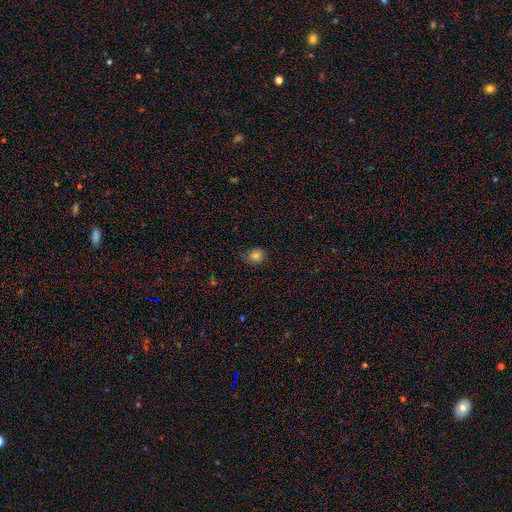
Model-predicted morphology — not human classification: A smooth galaxy with no disk features (77%) that is round (75%).

Vote fractions:
- Smooth or featured? smooth: 77% / star or artifact: 13% / featured or disk: 10%
- How rounded? round: 75% / in between: 24% / cigar-shaped: 1%
- Merging? none: 74% / minor disturbance: 20% / major disturbance: 5% / merger: 1%